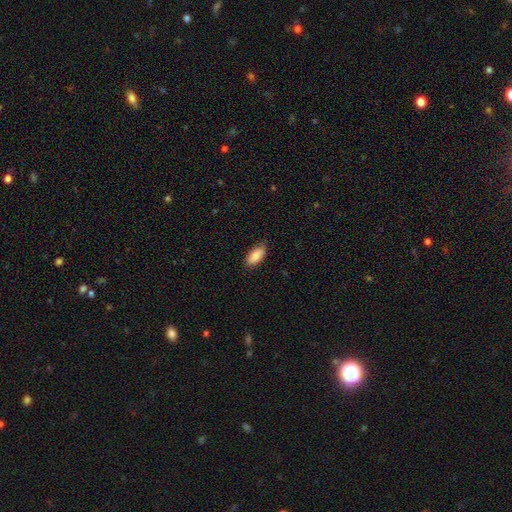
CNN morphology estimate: The model was most divided on "merging": none: 78%, minor disturbance: 19%, major disturbance: 3%, merger: 1%. More confident: how rounded — in between (90%); smooth or featured — smooth (85%).